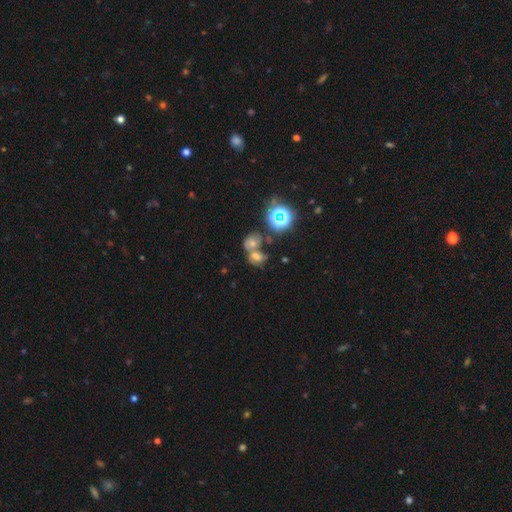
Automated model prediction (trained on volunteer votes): Smooth or featured: smooth — 49% (star or artifact — 32%)
Merging: merger — 55% (none — 32%)